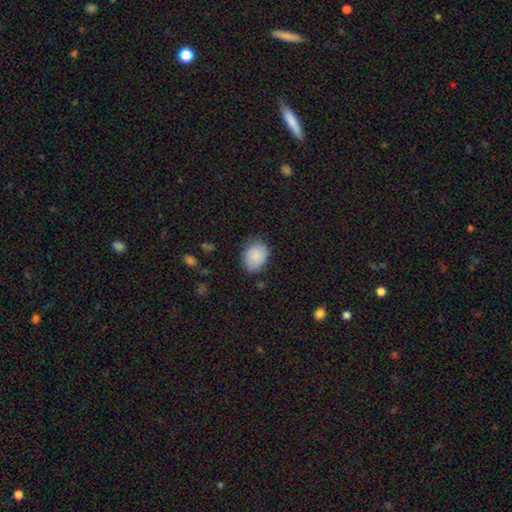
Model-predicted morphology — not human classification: type=smooth (85%); roundness=in between (66%); merging=none (70%).